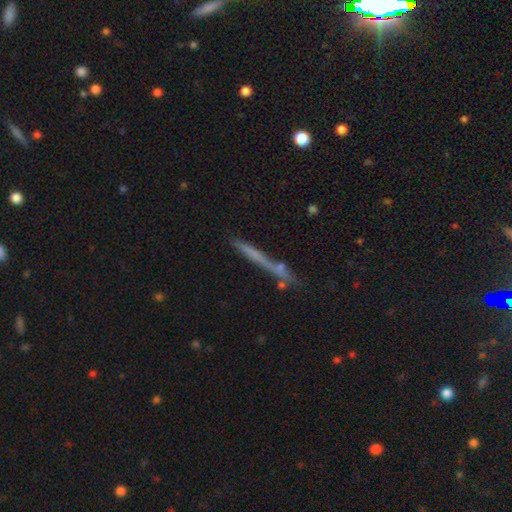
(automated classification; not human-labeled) Overall: smooth (48%; featured or disk 43%). Merging: none (74%).